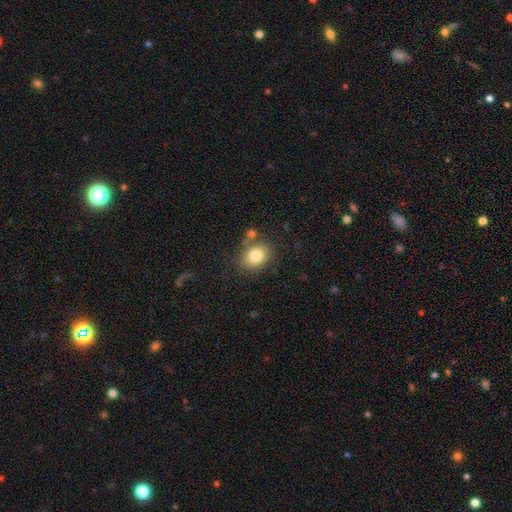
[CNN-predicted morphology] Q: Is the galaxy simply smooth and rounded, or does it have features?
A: smooth — 82%.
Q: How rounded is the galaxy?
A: in between — 54%.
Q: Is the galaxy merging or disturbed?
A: none — 73%.